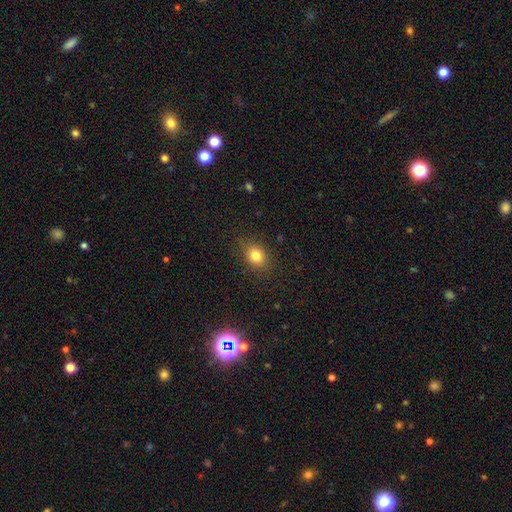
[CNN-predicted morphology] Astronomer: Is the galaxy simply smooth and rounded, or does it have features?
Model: smooth — 81%.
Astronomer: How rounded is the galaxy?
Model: in between — 55% (runner-up: round, 43%).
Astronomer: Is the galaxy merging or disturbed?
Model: none — 84%.